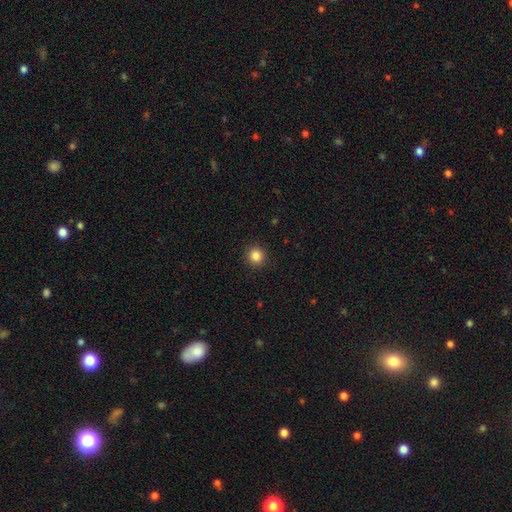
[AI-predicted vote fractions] smooth-or-featured: smooth: 85% | star or artifact: 11% | featured or disk: 4%
  how-rounded: round: 94% | in between: 5% | cigar-shaped: 1%
  merging: none: 92% | minor disturbance: 5% | major disturbance: 2% | merger: 1%